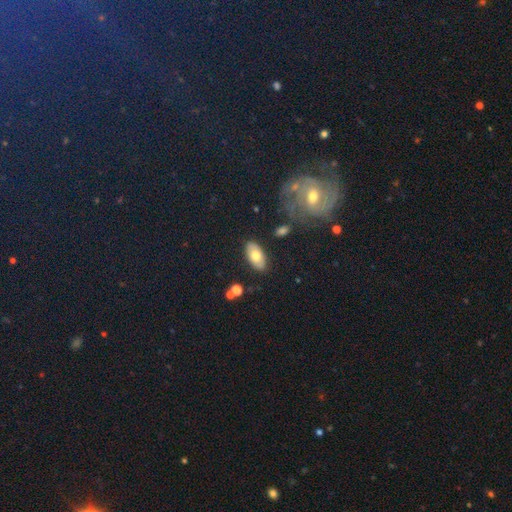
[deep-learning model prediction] smooth-or-featured: smooth: 69% | featured or disk: 24% | star or artifact: 7%
  how-rounded: in between: 93% | round: 4% | cigar-shaped: 3%
  merging: none: 85% | minor disturbance: 10% | major disturbance: 3% | merger: 2%